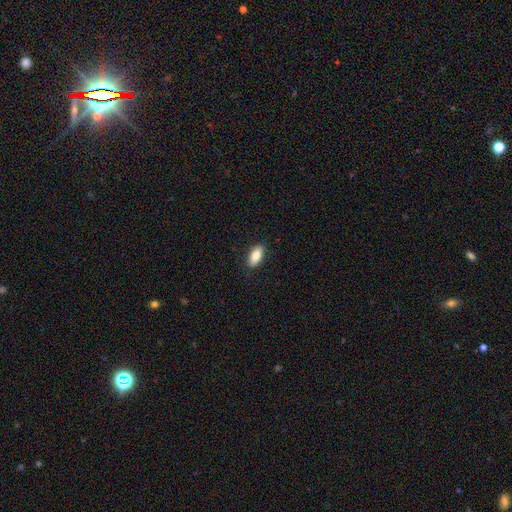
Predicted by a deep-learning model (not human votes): smooth 82%, featured or disk 11%, star or artifact 7%. Down the decision tree: how rounded — in between (87%); merging — none (88%).